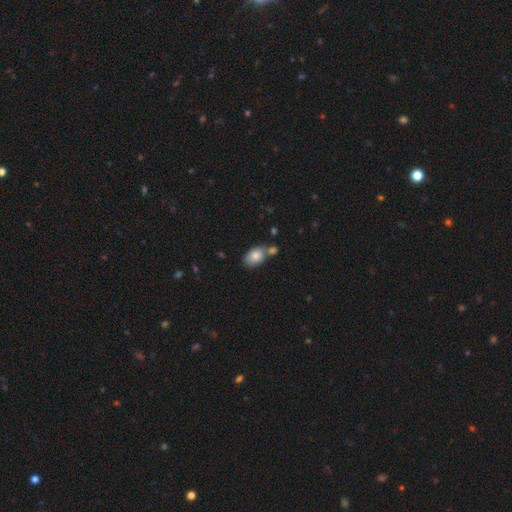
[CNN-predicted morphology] type=smooth (83%); roundness=in between (87%); merging=none (51%).